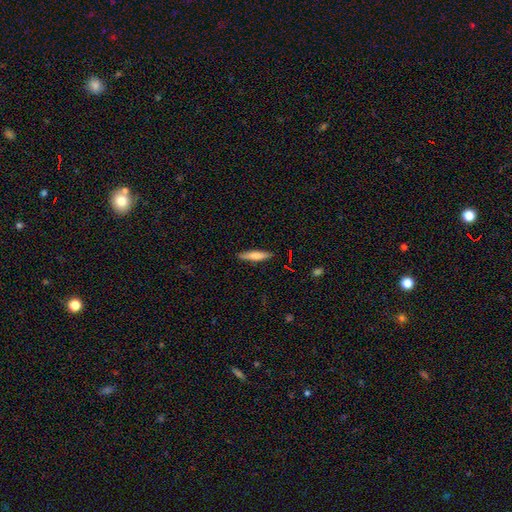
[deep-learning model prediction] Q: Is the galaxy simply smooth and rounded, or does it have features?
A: smooth — 71%.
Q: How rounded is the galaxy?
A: cigar-shaped — 85%.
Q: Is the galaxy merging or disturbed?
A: none — 88%.